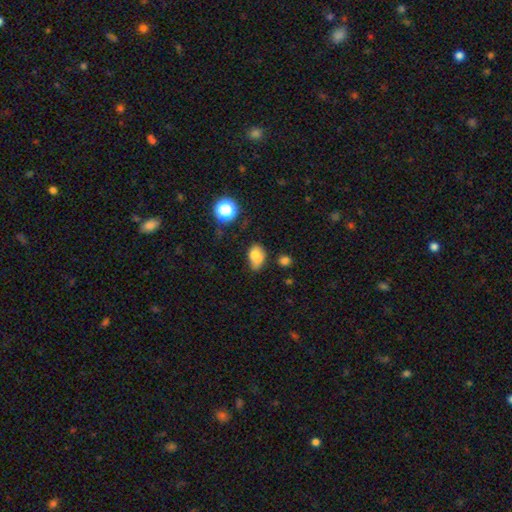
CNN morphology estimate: A smooth galaxy with no disk features (75%) that is in between round and cigar-shaped (76%).

Vote fractions:
- Smooth or featured? smooth: 75% / featured or disk: 13% / star or artifact: 12%
- How rounded? in between: 76% / round: 22% / cigar-shaped: 2%
- Merging? minor disturbance: 38% / none: 37% / major disturbance: 14% / merger: 10%